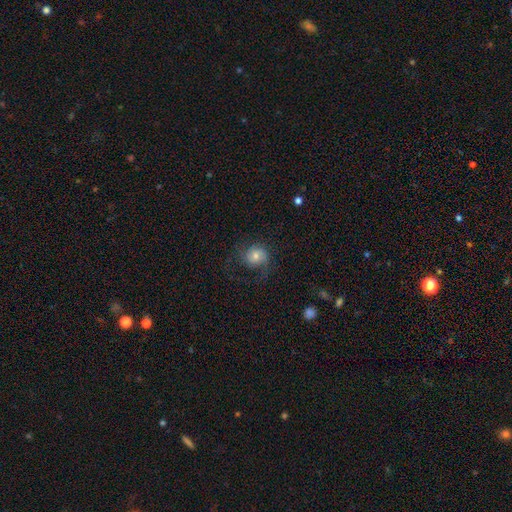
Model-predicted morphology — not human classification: This is possibly a smooth galaxy (46%). Merging: possibly none (53%).